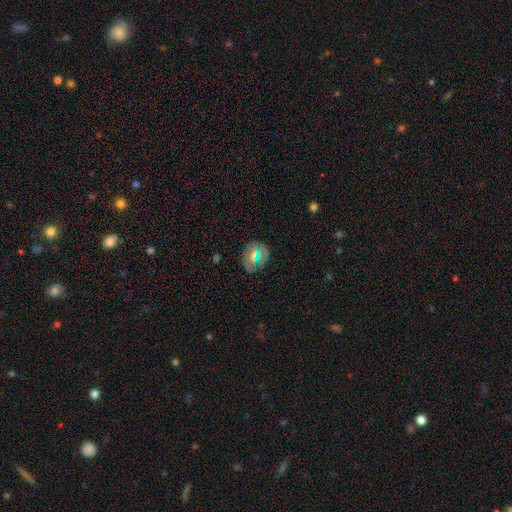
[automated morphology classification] Smooth or featured? smooth (54%)
How rounded? round (59%)
Merging? none (82%)